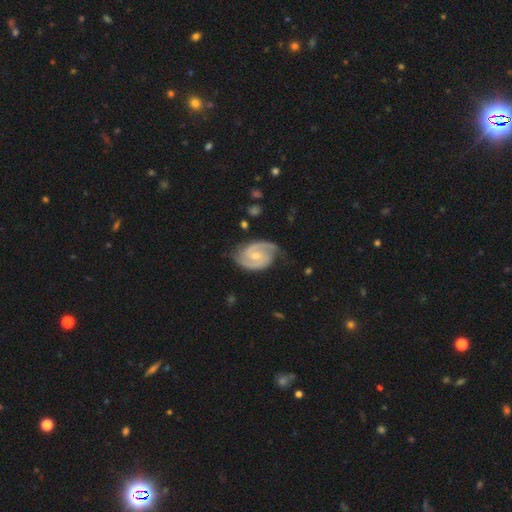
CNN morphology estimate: featured or disk 89%, smooth 7%, star or artifact 4%. Down the decision tree: edge-on disk — no (98%); bar — weak (47%); spiral arms — yes (97%); spiral arm count — 2 (90%); spiral winding — medium (48%); bulge size — moderate (48%); merging — none (74%).